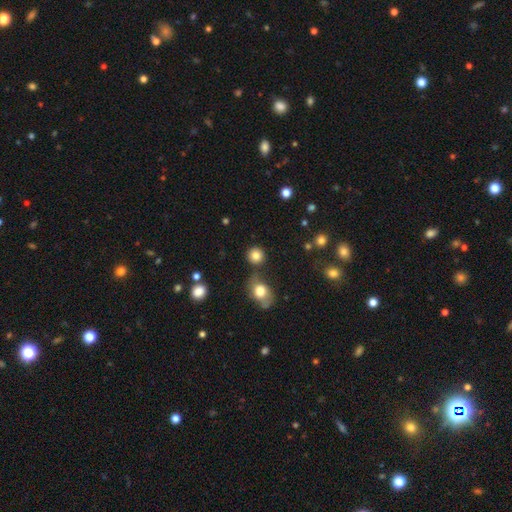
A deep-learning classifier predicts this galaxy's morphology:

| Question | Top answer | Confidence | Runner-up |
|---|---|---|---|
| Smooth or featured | smooth | 83% | star or artifact (11%) |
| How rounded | round | 90% | in between (9%) |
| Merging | none | 78% | minor disturbance (9%) |